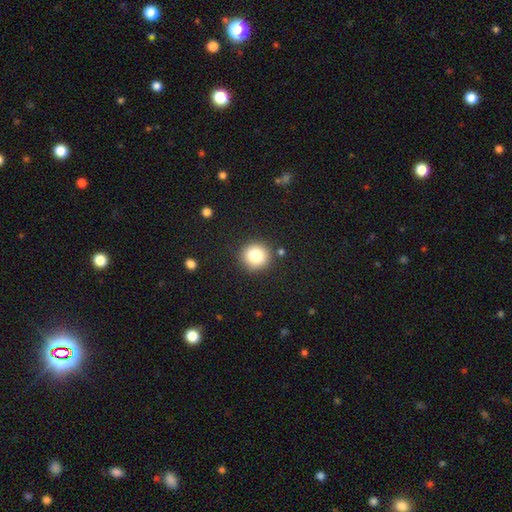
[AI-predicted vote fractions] Smooth or featured? smooth (81%)
How rounded? round (94%)
Merging? none (89%)